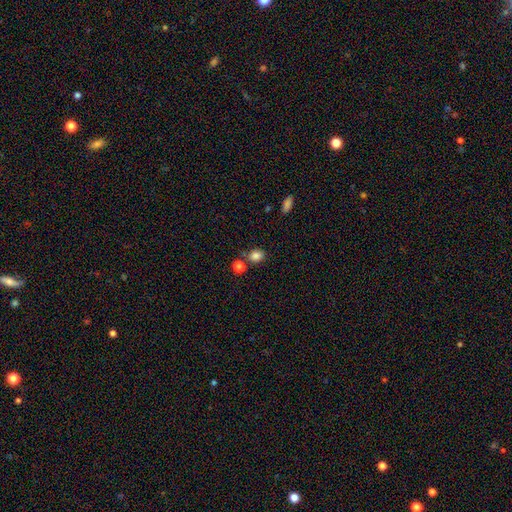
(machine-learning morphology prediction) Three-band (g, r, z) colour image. It shows a smooth galaxy with no disk features (83%) that is in between round and cigar-shaped (52%). Merging: none (68%).